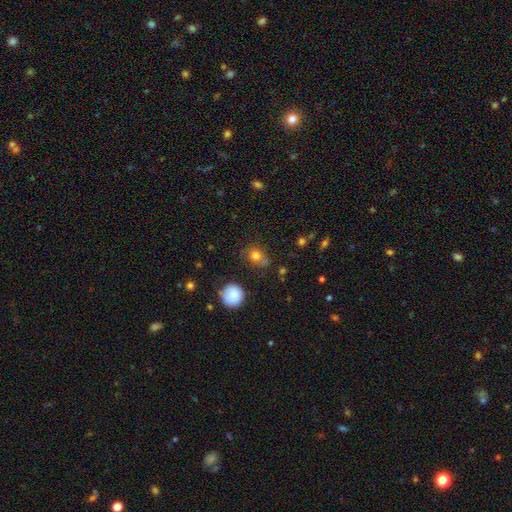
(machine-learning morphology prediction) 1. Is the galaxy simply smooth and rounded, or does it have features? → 77% smooth, 14% star or artifact, 10% featured or disk.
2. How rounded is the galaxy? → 65% round, 33% in between, 2% cigar-shaped.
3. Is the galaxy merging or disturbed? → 59% none, 23% minor disturbance, 9% major disturbance, 8% merger.